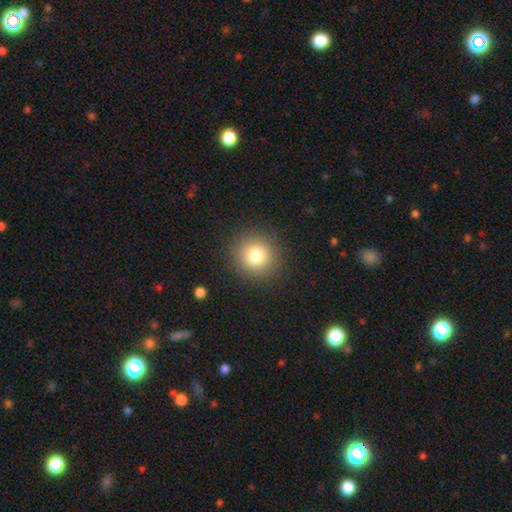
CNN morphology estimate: smooth-or-featured: smooth: 80% | star or artifact: 12% | featured or disk: 9%
  how-rounded: round: 93% | in between: 6% | cigar-shaped: 1%
  merging: none: 90% | minor disturbance: 6% | major disturbance: 3% | merger: 1%